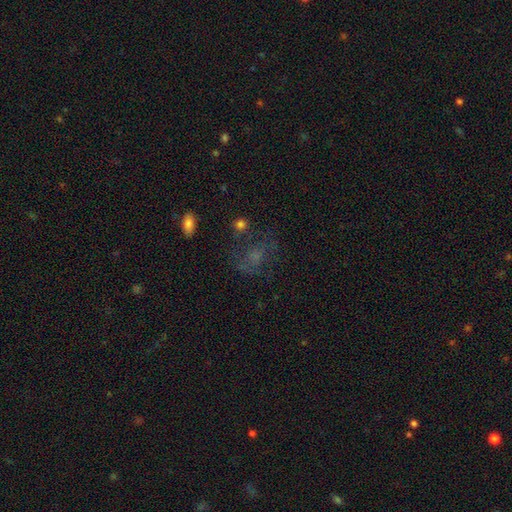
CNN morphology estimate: This is marginally a smooth galaxy (39%). Merging: possibly none (52%).